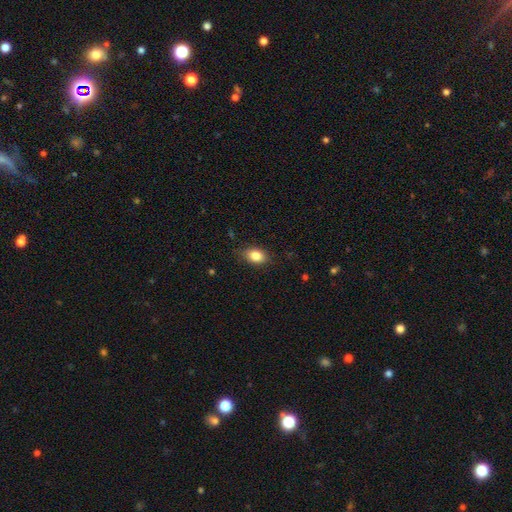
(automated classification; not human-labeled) Morphology: type=smooth (84%); roundness=in between (76%); merging=none (79%).